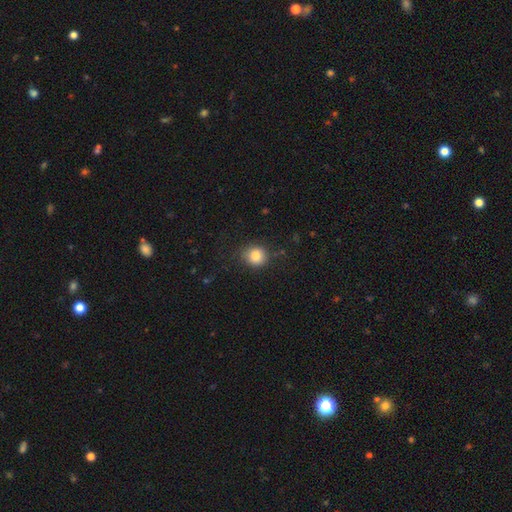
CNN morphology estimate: The model was most divided on "how rounded": round: 83%, in between: 16%, cigar-shaped: 1%. More confident: smooth or featured — smooth (83%); merging — none (83%).